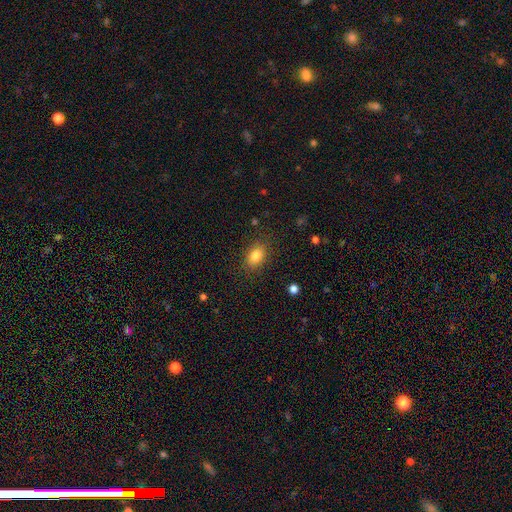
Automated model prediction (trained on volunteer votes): Morphology: type=smooth (83%); roundness=in between (79%); merging=none (84%).